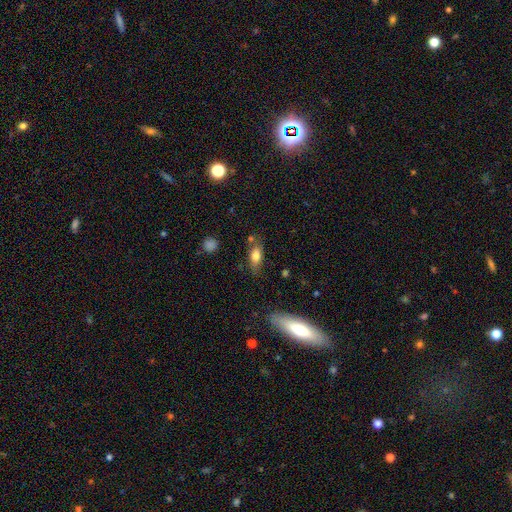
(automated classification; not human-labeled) This is likely a smooth galaxy (74%). How rounded: likely in between (76%). Merging: likely none (66%).